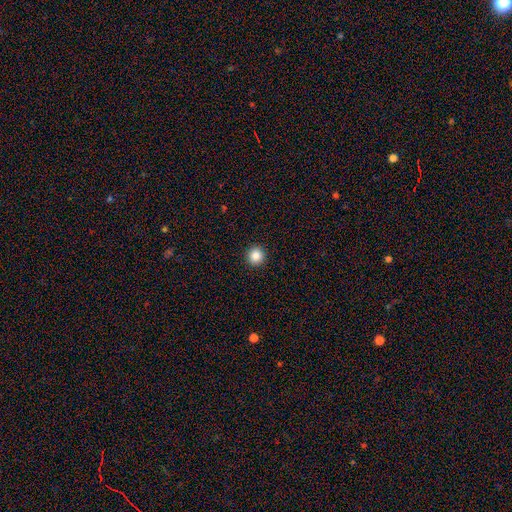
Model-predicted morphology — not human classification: A smooth galaxy with no disk features (86%) that is round (93%).

Vote fractions:
- Smooth or featured? smooth: 86% / star or artifact: 10% / featured or disk: 4%
- How rounded? round: 93% / in between: 6% / cigar-shaped: 1%
- Merging? none: 93% / minor disturbance: 4% / major disturbance: 2% / merger: 1%